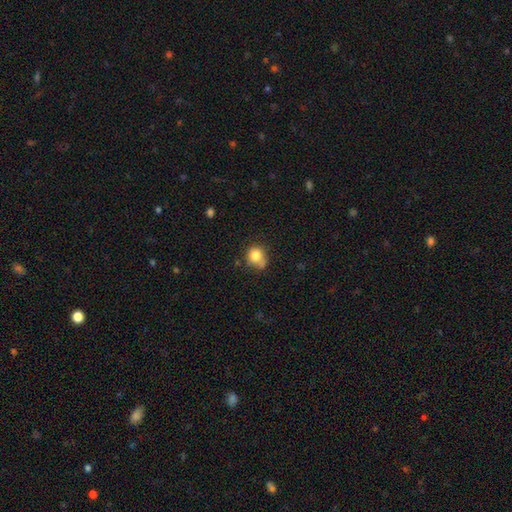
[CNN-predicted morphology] A smooth galaxy with no disk features (80%) that is round (81%). Merging: none (56%).